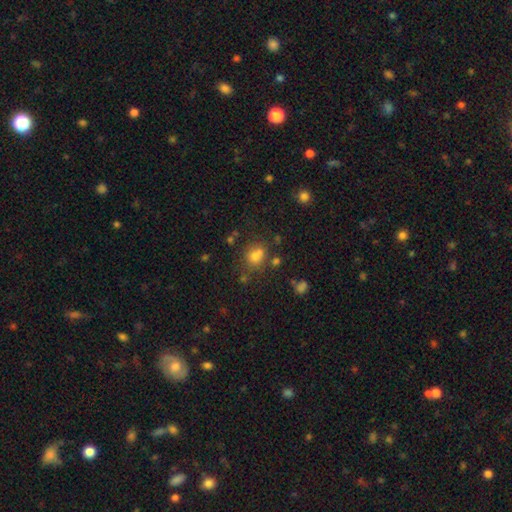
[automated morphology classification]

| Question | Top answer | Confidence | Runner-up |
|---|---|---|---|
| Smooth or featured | smooth | 74% | star or artifact (16%) |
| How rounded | round | 50% | in between (49%) |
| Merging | none | 57% | merger (18%) |